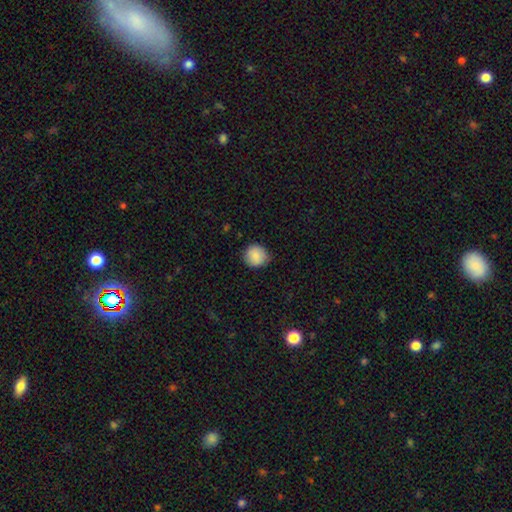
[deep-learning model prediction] Q: Smooth or featured?
A: smooth (87%); runner-up: star or artifact (8%)
Q: How rounded?
A: round (89%); runner-up: in between (10%)
Q: Merging?
A: none (82%); runner-up: minor disturbance (14%)